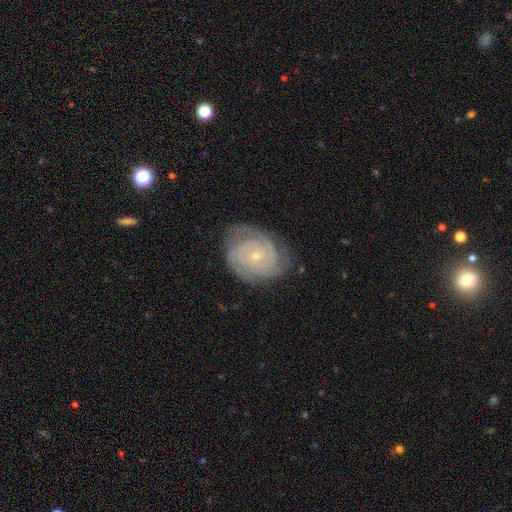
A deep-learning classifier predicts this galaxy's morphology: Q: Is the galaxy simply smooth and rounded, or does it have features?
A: featured or disk — 89%.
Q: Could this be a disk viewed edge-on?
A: no — 97%.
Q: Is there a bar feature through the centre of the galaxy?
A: no — 70%.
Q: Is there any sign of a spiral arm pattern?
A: yes — 98%.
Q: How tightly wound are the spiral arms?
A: tight — 80%.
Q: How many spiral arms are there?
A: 2 — 37%.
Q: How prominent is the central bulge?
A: small — 75%.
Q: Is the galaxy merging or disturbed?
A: none — 77%.